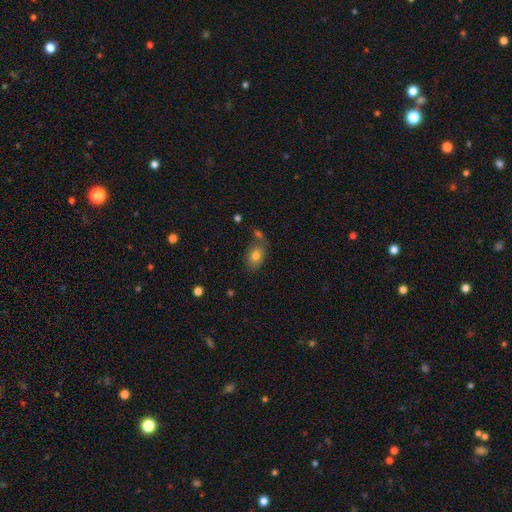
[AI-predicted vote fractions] Smooth or featured? smooth (78%)
How rounded? in between (76%)
Merging? none (65%)